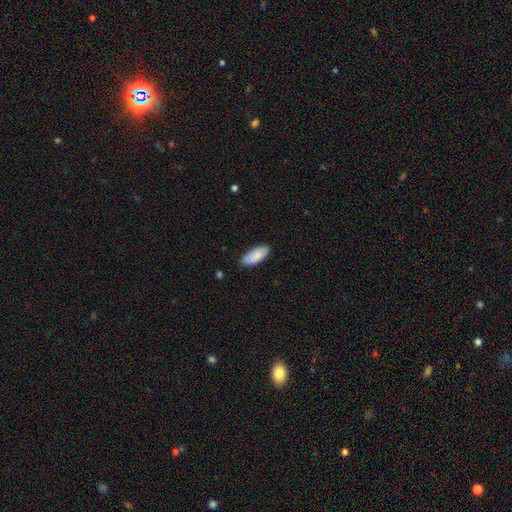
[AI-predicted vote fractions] Smooth or featured? Predicted: smooth (p=0.83). How rounded? Predicted: in between (p=0.83). Merging? Predicted: none (p=0.73).